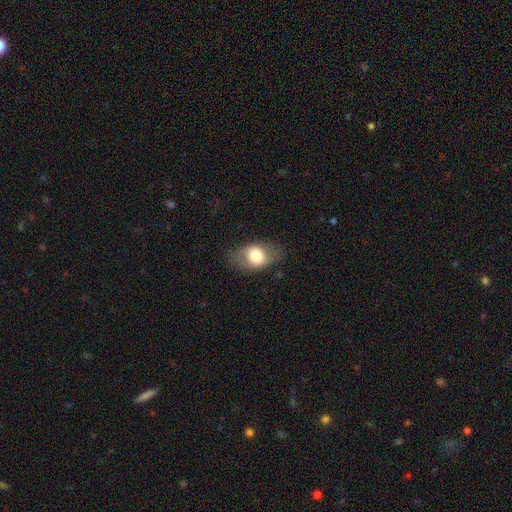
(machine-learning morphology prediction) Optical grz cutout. It shows a smooth galaxy with no disk features (67%) that is in between round and cigar-shaped (77%). Merging: none (77%).